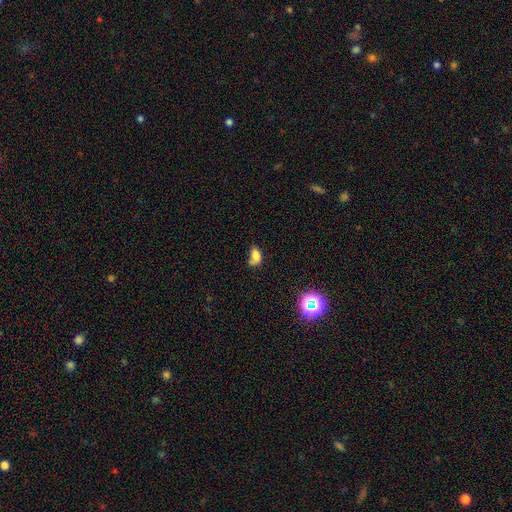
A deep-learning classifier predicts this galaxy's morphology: A smooth galaxy with no disk features (73%) that is in between round and cigar-shaped (85%).

Vote fractions:
- Smooth or featured? smooth: 73% / star or artifact: 14% / featured or disk: 13%
- How rounded? in between: 85% / round: 13% / cigar-shaped: 3%
- Merging? none: 38% / minor disturbance: 31% / major disturbance: 17% / merger: 15%